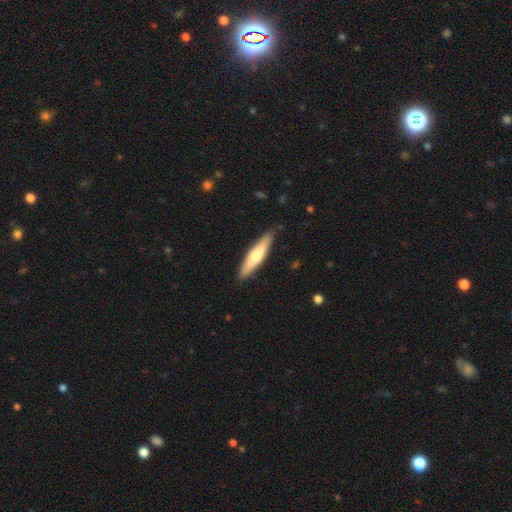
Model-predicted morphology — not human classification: This is possibly a smooth galaxy (53%). How rounded: clearly cigar-shaped (83%). Merging: clearly none (88%).